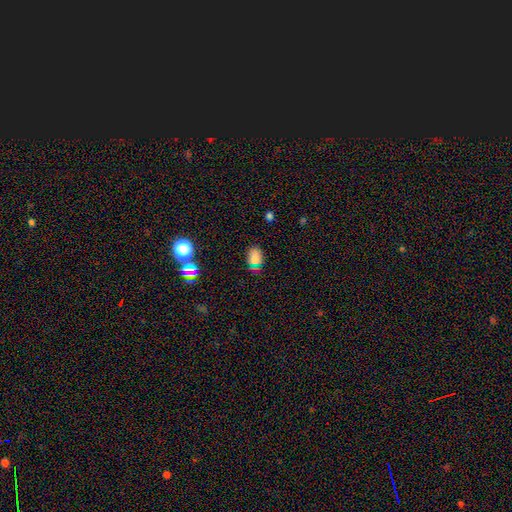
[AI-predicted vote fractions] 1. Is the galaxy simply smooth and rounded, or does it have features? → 64% smooth, 27% star or artifact, 9% featured or disk.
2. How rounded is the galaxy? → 76% in between, 22% round, 2% cigar-shaped.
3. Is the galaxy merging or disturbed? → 74% none, 17% minor disturbance, 5% major disturbance, 5% merger.